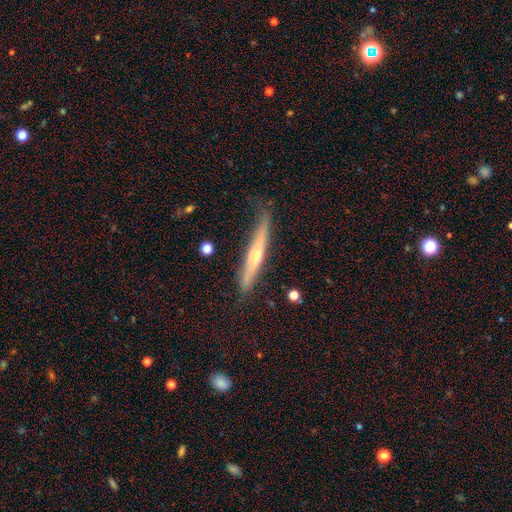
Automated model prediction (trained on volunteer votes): This appears to be a featured or disk galaxy (53%) viewed edge-on (92%). Merging: none (71%).